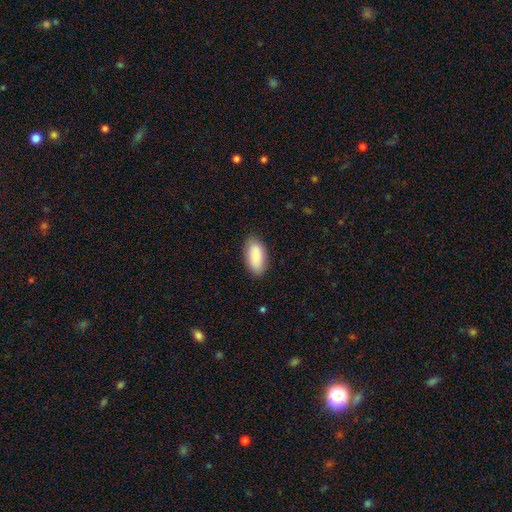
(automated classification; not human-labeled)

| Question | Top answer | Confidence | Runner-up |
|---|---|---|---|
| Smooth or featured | smooth | 89% | star or artifact (6%) |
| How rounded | in between | 92% | cigar-shaped (6%) |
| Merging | none | 86% | minor disturbance (11%) |